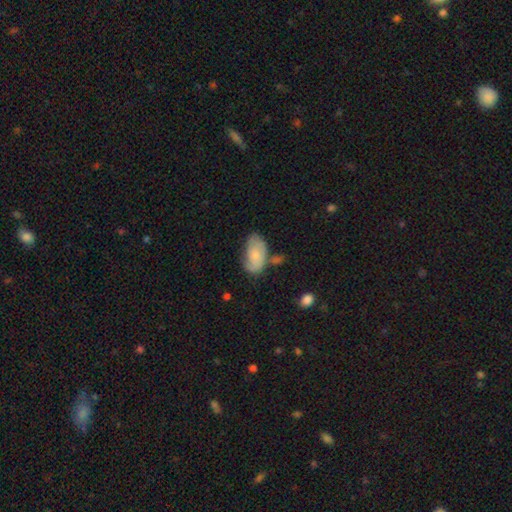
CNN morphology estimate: Smooth or featured: smooth — 60% (featured or disk — 33%)
How rounded: in between — 93% (round — 5%)
Merging: none — 49% (minor disturbance — 29%)